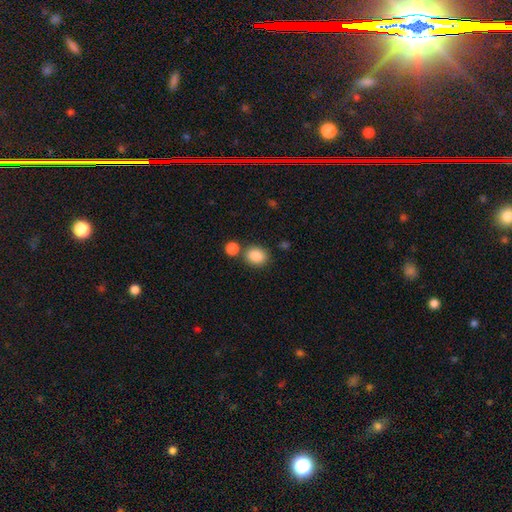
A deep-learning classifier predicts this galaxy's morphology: type=smooth (87%); roundness=round (56%); merging=none (72%).